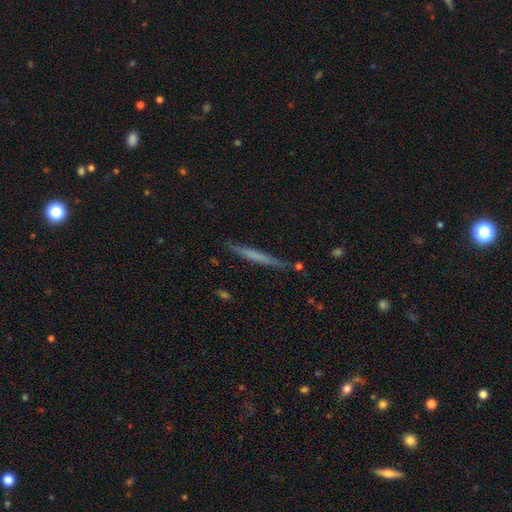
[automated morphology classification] smooth-or-featured: smooth: 48% | featured or disk: 45% | star or artifact: 6%
  merging: none: 84% | minor disturbance: 12% | major disturbance: 2% | merger: 2%